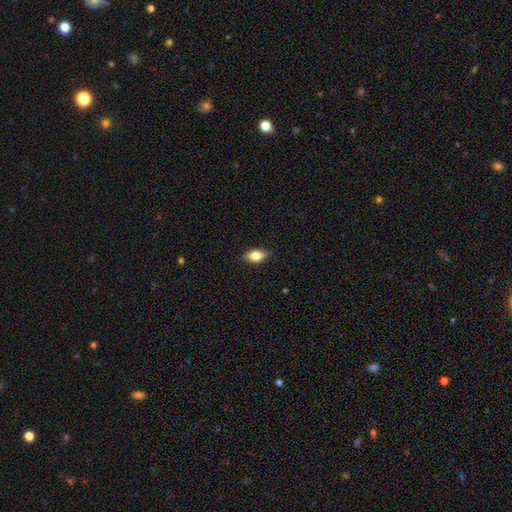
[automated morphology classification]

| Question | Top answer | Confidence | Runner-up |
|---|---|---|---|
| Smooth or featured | smooth | 73% | featured or disk (19%) |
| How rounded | in between | 84% | cigar-shaped (9%) |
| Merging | none | 84% | minor disturbance (12%) |